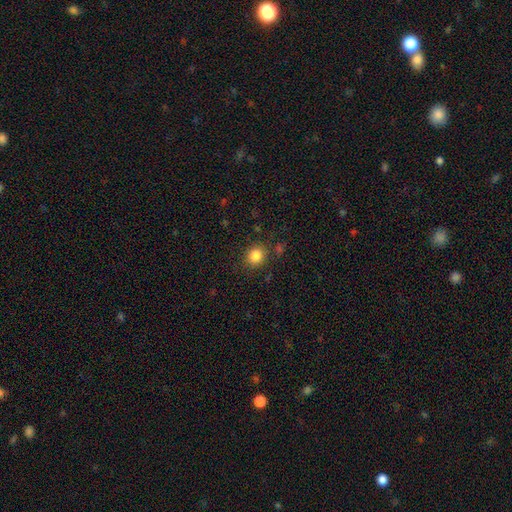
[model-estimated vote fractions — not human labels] A smooth galaxy with no disk features (84%) that is round (80%). Merging: none (84%).